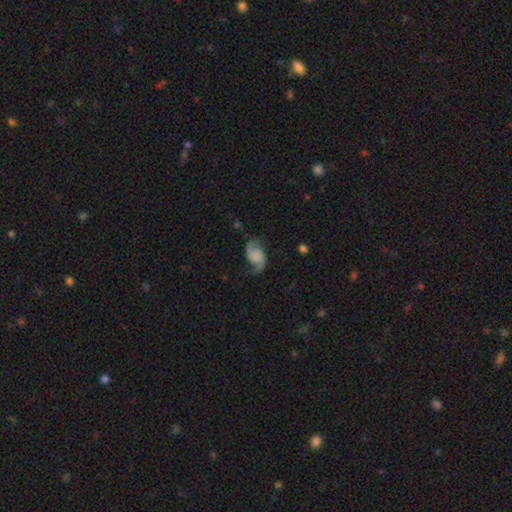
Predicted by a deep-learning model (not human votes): Smooth or featured: featured or disk — 71% (smooth — 21%)
Edge-on disk: no — 98% (yes — 2%)
Bar: no — 64% (weak — 28%)
Spiral arms: yes — 94% (no — 6%)
Spiral winding: loose — 60% (medium — 31%)
Spiral arm count: 2 — 90% (1 — 4%)
Bulge size: none — 63% (small — 13%)
Merging: none — 64% (minor disturbance — 21%)